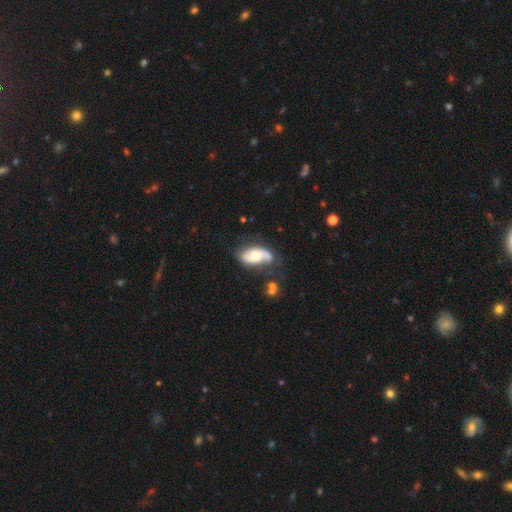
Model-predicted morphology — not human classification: Smooth or featured: featured or disk — 68% (smooth — 26%)
Edge-on disk: no — 95% (yes — 5%)
Bar: no — 60% (weak — 31%)
Spiral arms: yes — 91% (no — 9%)
Spiral winding: medium — 41% (loose — 39%)
Spiral arm count: 2 — 83% (can't tell — 7%)
Bulge size: moderate — 51% (small — 29%)
Merging: none — 61% (minor disturbance — 23%)